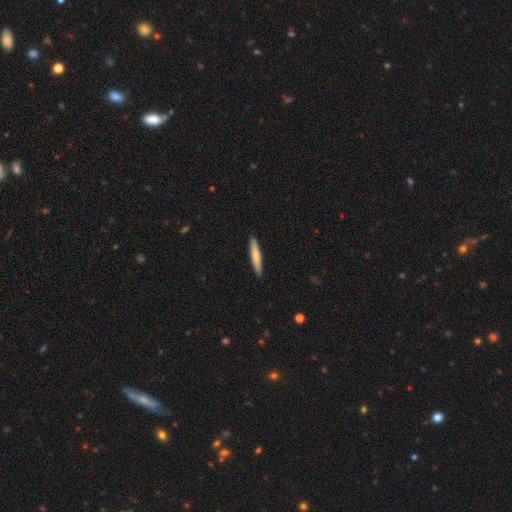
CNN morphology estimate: A smooth galaxy with no disk features (71%) that is cigar-shaped (94%).

Vote fractions:
- Smooth or featured? smooth: 71% / featured or disk: 24% / star or artifact: 5%
- How rounded? cigar-shaped: 94% / in between: 5% / round: 1%
- Merging? none: 92% / minor disturbance: 6% / major disturbance: 1% / merger: 1%